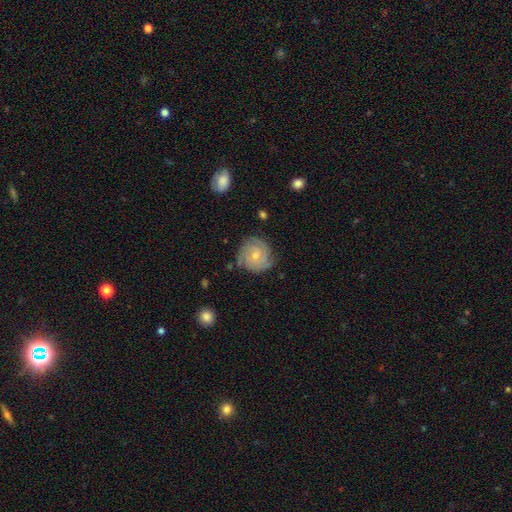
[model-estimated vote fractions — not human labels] smooth_or_featured: featured or disk (p=0.77) [alt: smooth p=0.17]
disk_edge_on: no (p=0.98) [alt: yes p=0.02]
bar: no (p=0.76) [alt: weak p=0.21]
has_spiral_arms: yes (p=0.95) [alt: no p=0.05]
spiral_winding: tight (p=0.76) [alt: medium p=0.20]
spiral_arm_count: 3 (p=0.31) [alt: can't tell p=0.25]
bulge_size: small (p=0.58) [alt: moderate p=0.39]
merging: none (p=0.77) [alt: minor disturbance p=0.16]